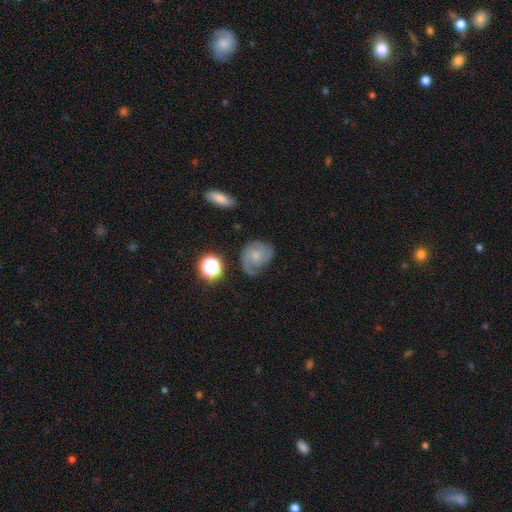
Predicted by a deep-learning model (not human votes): A featured or disk galaxy (63%) with no bar (73%), 2 (37%) medium (41%) spiral arms (90%) and a small central bulge (52%).

Vote fractions:
- Smooth or featured? featured or disk: 63% / smooth: 27% / star or artifact: 10%
- Edge-on disk? no: 97% / yes: 3%
- Bar? no: 73% / weak: 24% / strong: 3%
- Spiral arms? yes: 90% / no: 10%
- Spiral winding? medium: 41% / tight: 40% / loose: 19%
- Spiral arm count? 2: 37% / can't tell: 23% / 1: 19% / 3: 15% / 4: 3% / more than 4: 3%
- Bulge size? small: 52% / moderate: 33% / none: 10% / large: 3% / dominant: 1%
- Merging? none: 55% / minor disturbance: 25% / major disturbance: 16% / merger: 3%